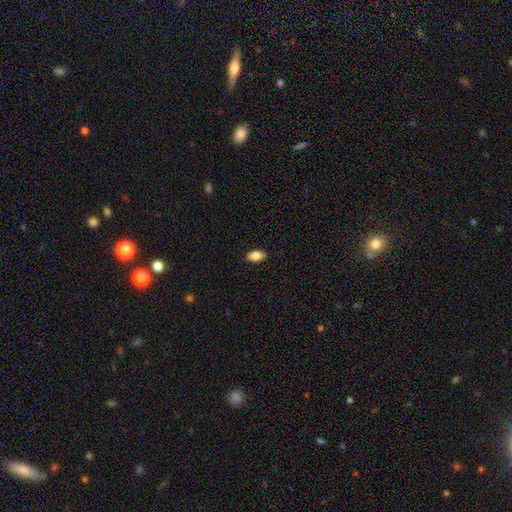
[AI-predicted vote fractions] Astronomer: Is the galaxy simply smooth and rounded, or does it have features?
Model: smooth — 83%.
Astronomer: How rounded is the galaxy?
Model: in between — 91%.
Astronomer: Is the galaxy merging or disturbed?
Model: none — 90%.